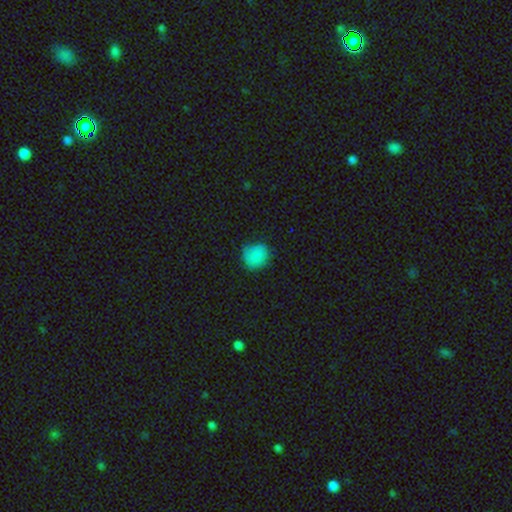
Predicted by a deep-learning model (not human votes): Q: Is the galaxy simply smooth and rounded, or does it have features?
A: smooth — 82%.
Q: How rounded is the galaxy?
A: round — 80%.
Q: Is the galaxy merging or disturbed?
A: none — 68%.